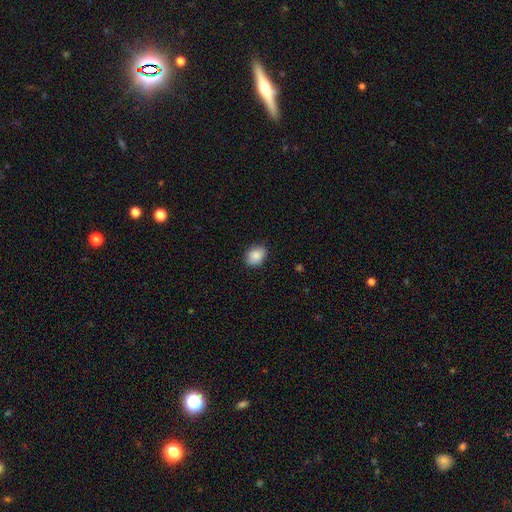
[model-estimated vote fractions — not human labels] Smooth or featured?
  - smooth: 87% *
  - star or artifact: 8%
  - featured or disk: 5%
How rounded?
  - in between: 63% *
  - round: 35%
  - cigar-shaped: 1%
Merging?
  - none: 84% *
  - minor disturbance: 12%
  - major disturbance: 2%
  - merger: 1%